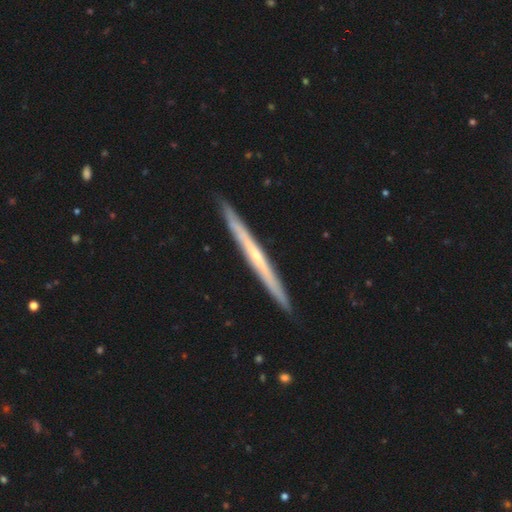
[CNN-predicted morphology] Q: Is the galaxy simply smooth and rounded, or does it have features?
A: featured or disk — 68%.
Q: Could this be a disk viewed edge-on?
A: yes — 96%.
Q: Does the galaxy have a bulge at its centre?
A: none — 66%.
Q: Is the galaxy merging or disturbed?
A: none — 92%.